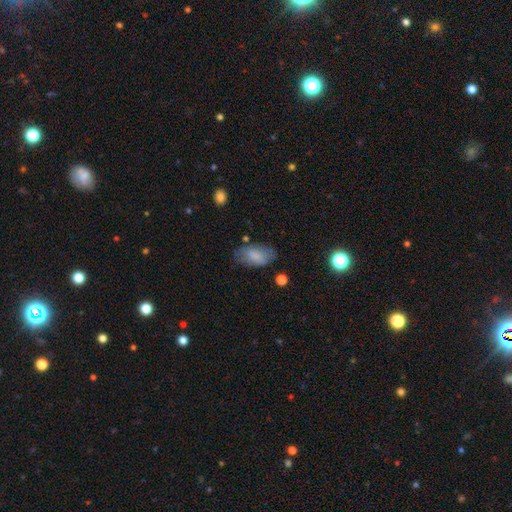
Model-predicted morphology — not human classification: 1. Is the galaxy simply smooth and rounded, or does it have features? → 79% smooth, 13% featured or disk, 8% star or artifact.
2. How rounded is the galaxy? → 94% in between, 4% round, 2% cigar-shaped.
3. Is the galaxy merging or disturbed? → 67% none, 23% minor disturbance, 8% major disturbance, 3% merger.